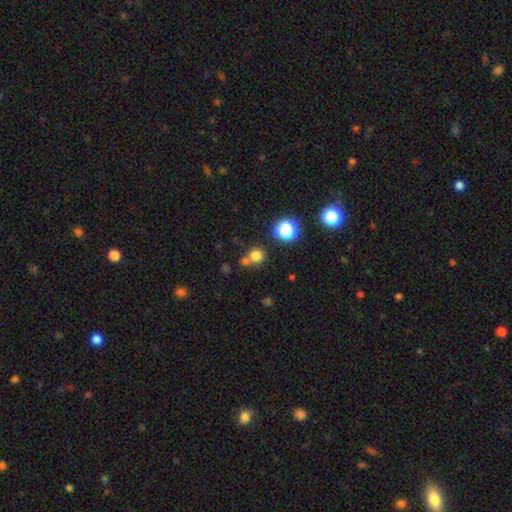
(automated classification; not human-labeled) smooth_or_featured: smooth (p=0.74) [alt: star or artifact p=0.19]
how_rounded: round (p=0.86) [alt: in between p=0.13]
merging: none (p=0.59) [alt: merger p=0.29]